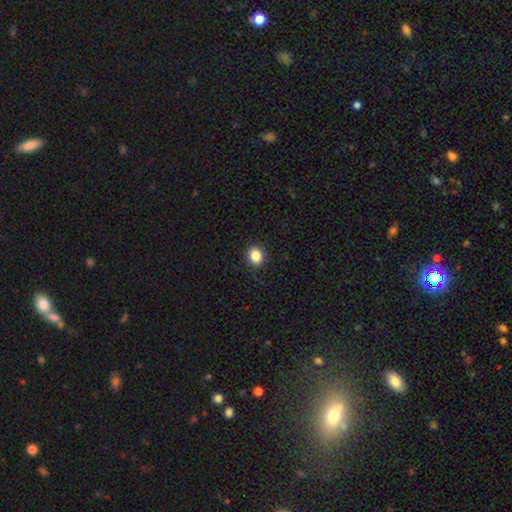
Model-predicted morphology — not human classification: This is clearly a smooth galaxy (86%). How rounded: likely round (70%). Merging: clearly none (89%).